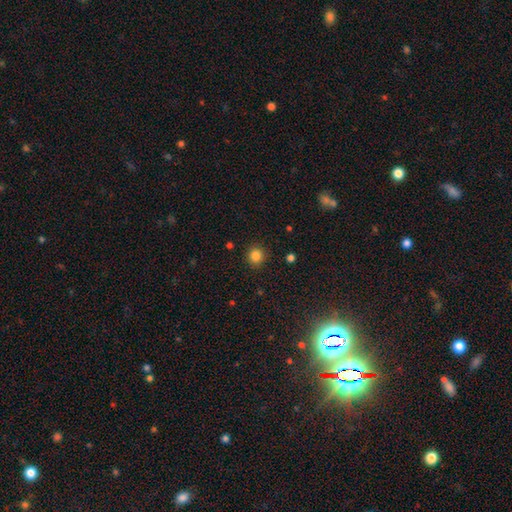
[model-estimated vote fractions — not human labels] smooth 84%, star or artifact 12%, featured or disk 4%. Down the decision tree: how rounded — round (91%); merging — none (90%).